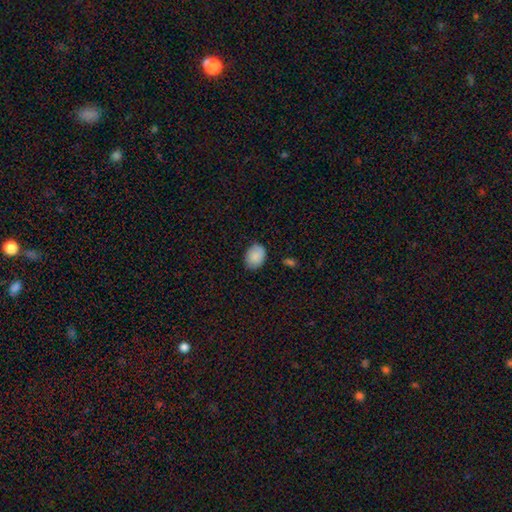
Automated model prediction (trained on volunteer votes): This is clearly a smooth galaxy (89%). How rounded: likely in between (70%). Merging: likely none (79%).